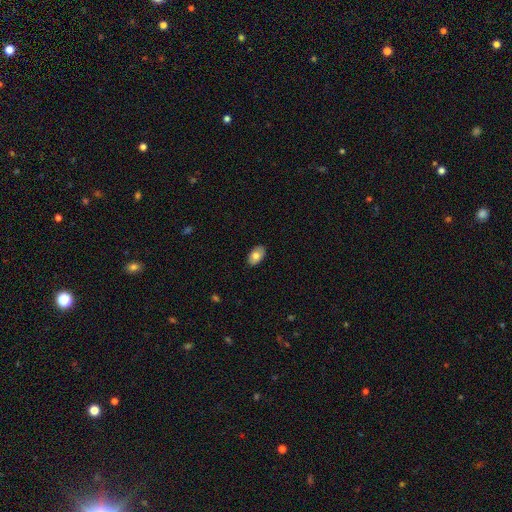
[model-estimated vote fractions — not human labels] Smooth or featured? Predicted: smooth (p=0.75). How rounded? Predicted: in between (p=0.93). Merging? Predicted: none (p=0.87).